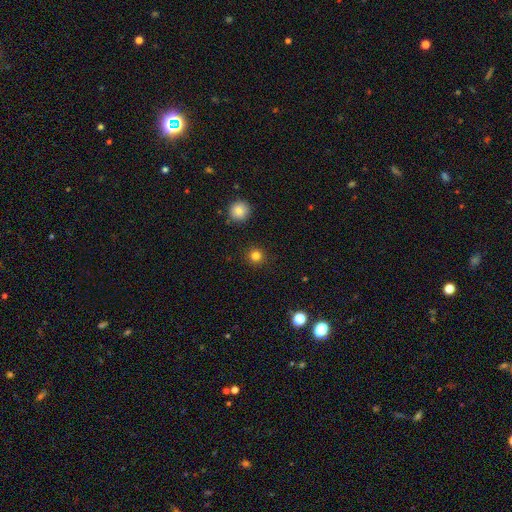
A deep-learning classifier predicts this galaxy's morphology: smooth 82%, star or artifact 14%, featured or disk 5%. Down the decision tree: how rounded — round (95%); merging — none (91%).